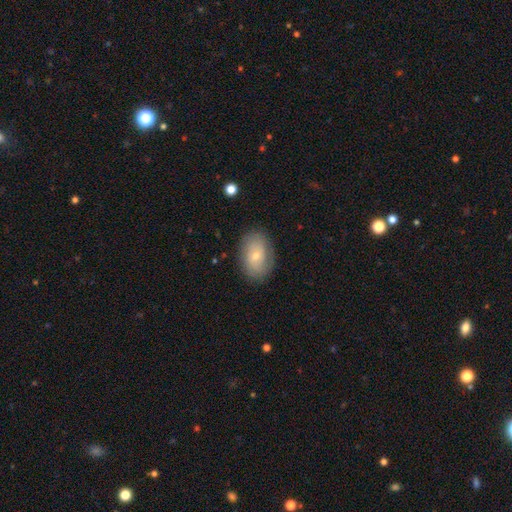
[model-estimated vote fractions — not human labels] Smooth or featured? smooth (60%)
How rounded? in between (84%)
Merging? none (83%)